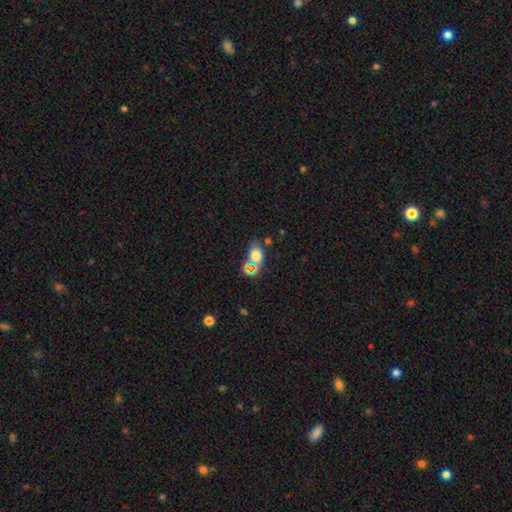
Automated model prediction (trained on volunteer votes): smooth_or_featured: smooth (p=0.67) [alt: star or artifact p=0.21]
how_rounded: in between (p=0.69) [alt: round p=0.29]
merging: none (p=0.67) [alt: minor disturbance p=0.15]